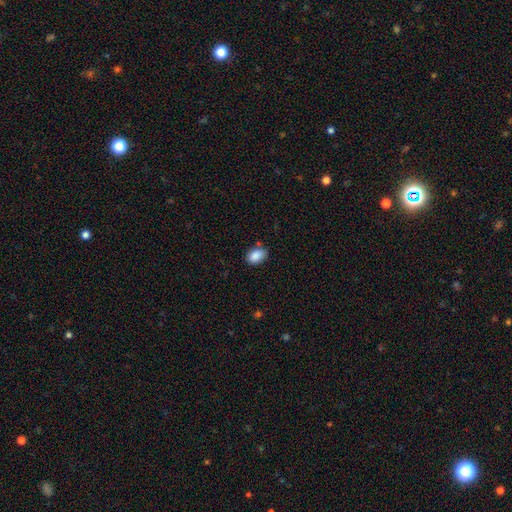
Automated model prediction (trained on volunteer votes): This appears to be a smooth galaxy with no disk features (88%) that is in between round and cigar-shaped (82%). Merging: none (74%).